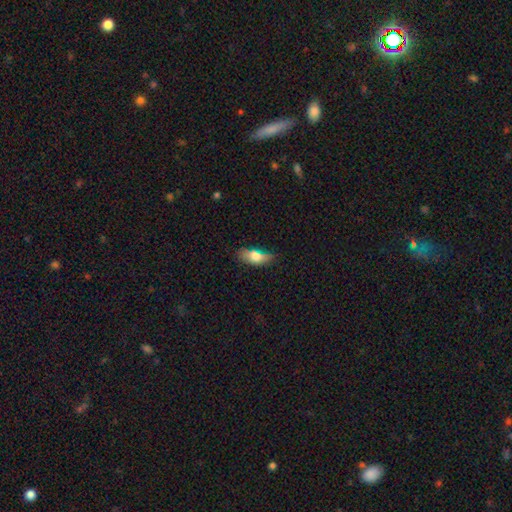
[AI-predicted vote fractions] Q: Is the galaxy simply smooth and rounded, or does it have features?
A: smooth — 74%.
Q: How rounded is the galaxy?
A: in between — 79%.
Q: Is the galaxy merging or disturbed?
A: none — 63%.